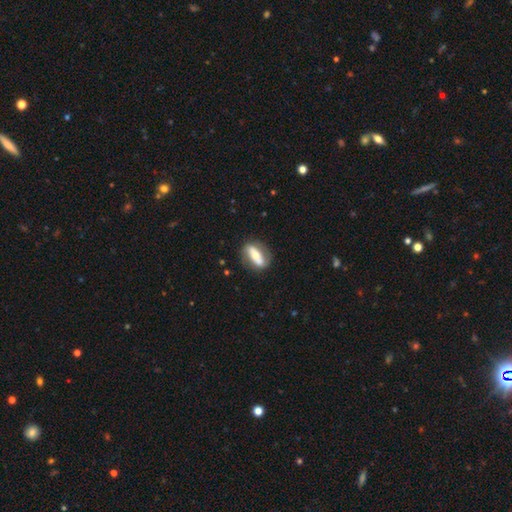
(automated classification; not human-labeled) smooth-or-featured: featured or disk: 50% | smooth: 43% | star or artifact: 6%
  disk-edge-on: no: 77% | yes: 23%
  merging: none: 73% | minor disturbance: 17% | major disturbance: 7% | merger: 3%